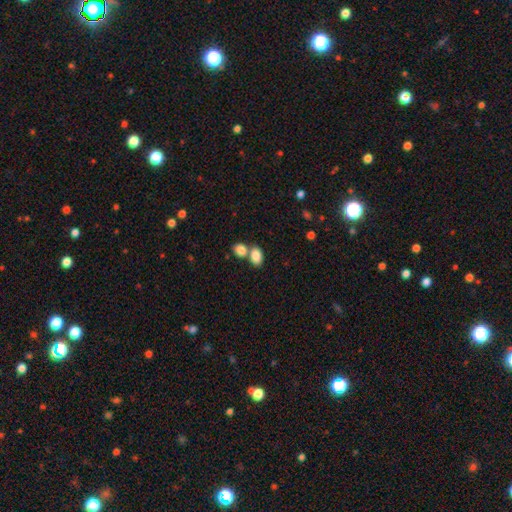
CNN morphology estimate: smooth_or_featured: smooth (p=0.86) [alt: star or artifact p=0.08]
how_rounded: in between (p=0.79) [alt: round p=0.19]
merging: merger (p=0.48) [alt: none p=0.41]